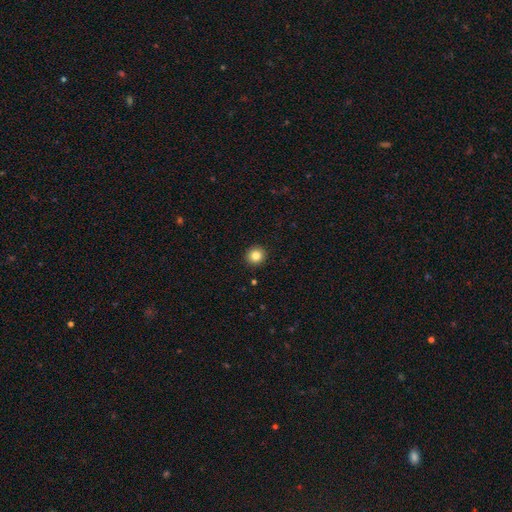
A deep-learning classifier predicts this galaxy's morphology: type=smooth (84%); roundness=round (92%); merging=none (93%).